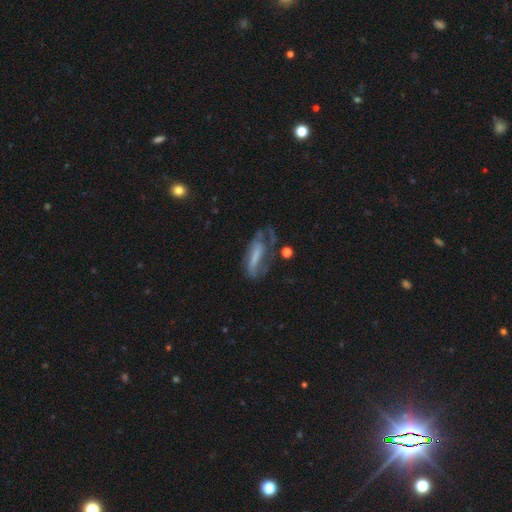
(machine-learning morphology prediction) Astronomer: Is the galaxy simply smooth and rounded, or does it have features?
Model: featured or disk — 53% (runner-up: smooth, 37%).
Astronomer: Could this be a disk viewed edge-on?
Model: no — 79%.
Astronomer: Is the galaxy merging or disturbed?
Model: major disturbance — 37% (runner-up: none, 33%).